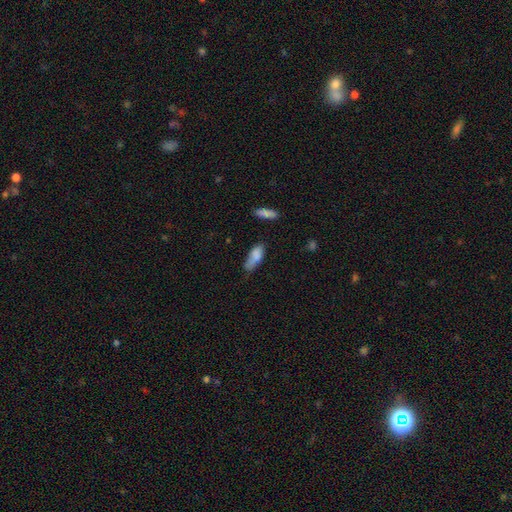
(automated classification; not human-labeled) A smooth galaxy with no disk features (78%) that is in between round and cigar-shaped (67%).

Vote fractions:
- Smooth or featured? smooth: 78% / featured or disk: 14% / star or artifact: 8%
- How rounded? in between: 67% / cigar-shaped: 31% / round: 2%
- Merging? none: 44% / minor disturbance: 35% / major disturbance: 13% / merger: 8%